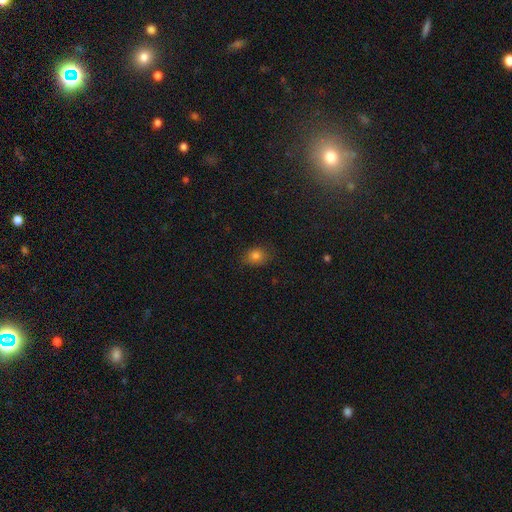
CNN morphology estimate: Smooth or featured? smooth (81%)
How rounded? round (50%)
Merging? none (81%)